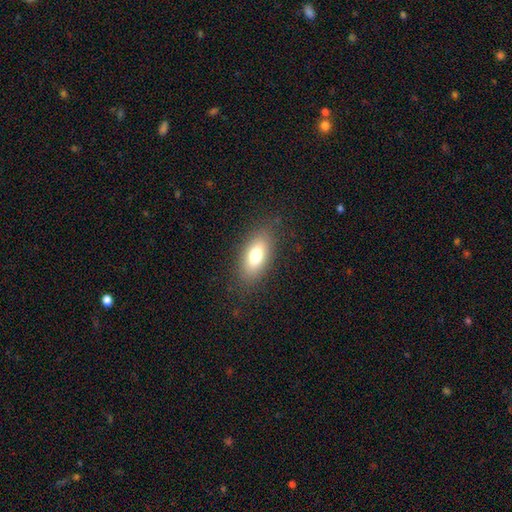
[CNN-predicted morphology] This appears to be a smooth galaxy with no disk features (76%) that is in between round and cigar-shaped (85%). Merging: none (84%).